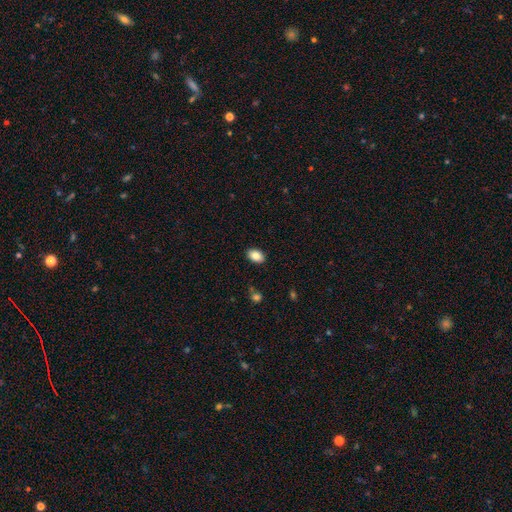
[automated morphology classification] smooth 86%, star or artifact 8%, featured or disk 6%. Down the decision tree: how rounded — in between (86%); merging — none (88%).